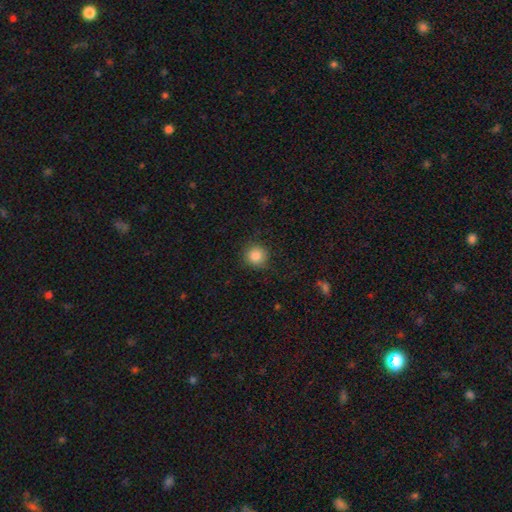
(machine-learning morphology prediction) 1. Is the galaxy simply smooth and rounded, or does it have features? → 85% smooth, 10% star or artifact, 4% featured or disk.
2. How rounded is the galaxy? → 93% round, 6% in between, 1% cigar-shaped.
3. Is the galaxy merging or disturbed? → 88% none, 8% minor disturbance, 3% major disturbance, 1% merger.